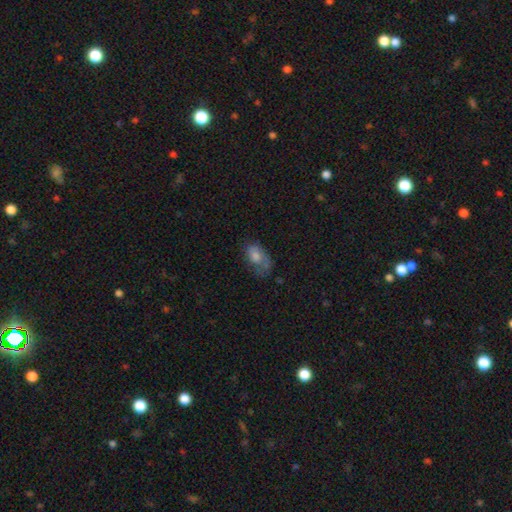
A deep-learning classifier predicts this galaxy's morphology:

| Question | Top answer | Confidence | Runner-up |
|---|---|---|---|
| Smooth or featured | smooth | 63% | featured or disk (26%) |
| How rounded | in between | 86% | round (12%) |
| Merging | none | 42% | minor disturbance (31%) |